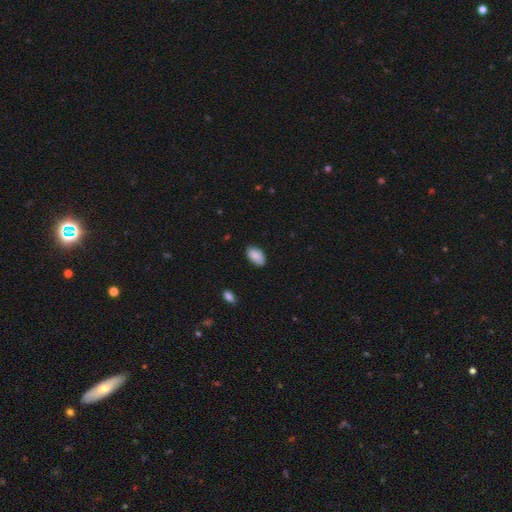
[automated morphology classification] Smooth or featured?
  - smooth: 87% *
  - star or artifact: 7%
  - featured or disk: 7%
How rounded?
  - in between: 94% *
  - round: 4%
  - cigar-shaped: 2%
Merging?
  - none: 81% *
  - minor disturbance: 15%
  - major disturbance: 2%
  - merger: 1%